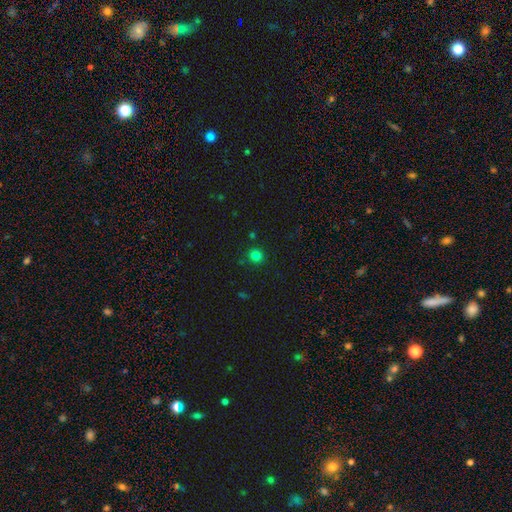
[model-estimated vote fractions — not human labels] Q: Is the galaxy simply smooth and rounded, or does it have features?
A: smooth — 80%.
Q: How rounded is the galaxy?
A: round — 91%.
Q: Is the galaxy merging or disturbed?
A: none — 87%.